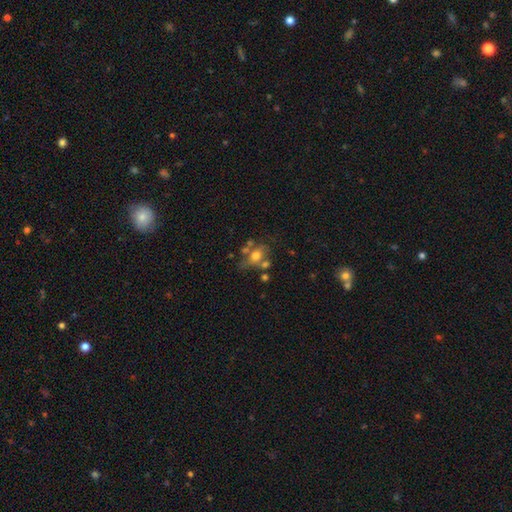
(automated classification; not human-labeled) smooth_or_featured: smooth (p=0.49) [alt: featured or disk p=0.37]
merging: none (p=0.35) [alt: merger p=0.30]